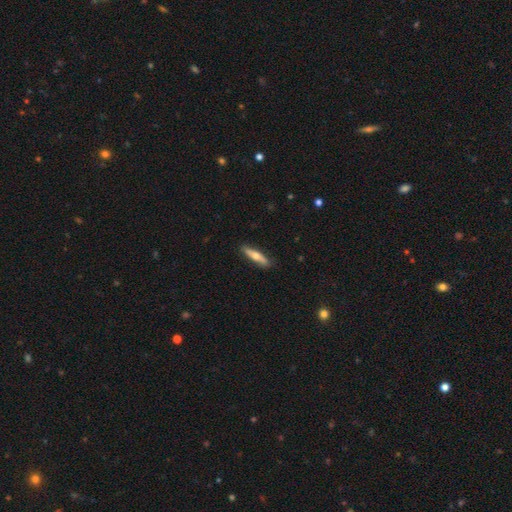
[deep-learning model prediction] A smooth galaxy with no disk features (54%) that is cigar-shaped (81%).

Vote fractions:
- Smooth or featured? smooth: 54% / featured or disk: 41% / star or artifact: 5%
- How rounded? cigar-shaped: 81% / in between: 17% / round: 2%
- Merging? none: 87% / minor disturbance: 10% / major disturbance: 2% / merger: 1%